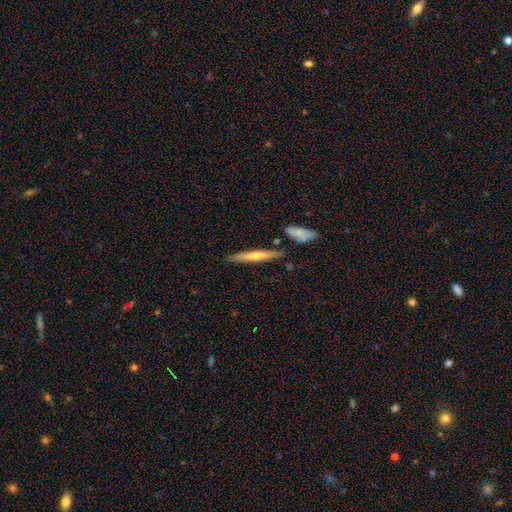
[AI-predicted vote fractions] The model was most divided on "smooth or featured": smooth: 51%, featured or disk: 43%, star or artifact: 6%. More confident: how rounded — cigar-shaped (93%); merging — none (82%).